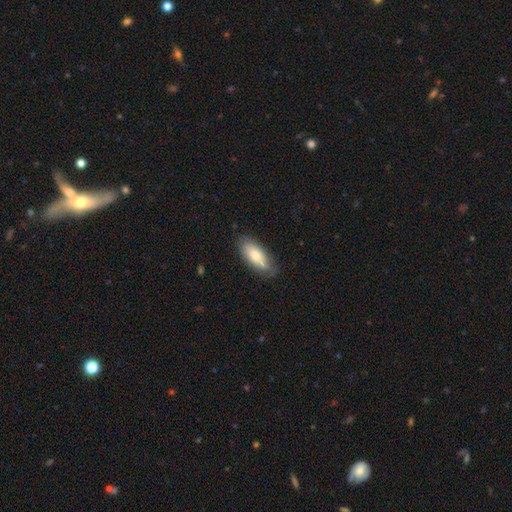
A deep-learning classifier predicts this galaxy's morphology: smooth_or_featured: smooth (p=0.72) [alt: featured or disk p=0.22]
how_rounded: in between (p=0.84) [alt: cigar-shaped p=0.14]
merging: none (p=0.72) [alt: minor disturbance p=0.22]